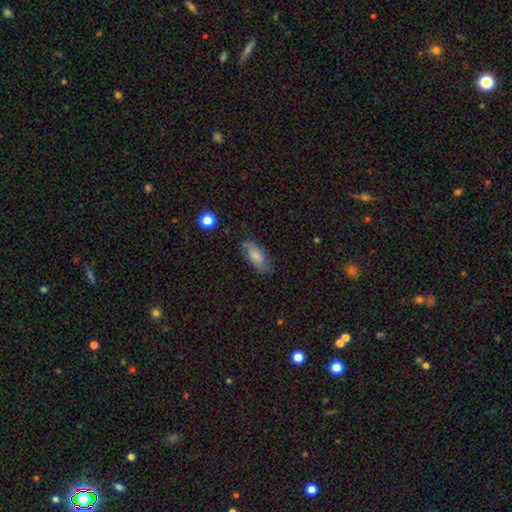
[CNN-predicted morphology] smooth_or_featured: smooth (p=0.69) [alt: featured or disk p=0.23]
how_rounded: in between (p=0.84) [alt: cigar-shaped p=0.13]
merging: none (p=0.71) [alt: minor disturbance p=0.21]